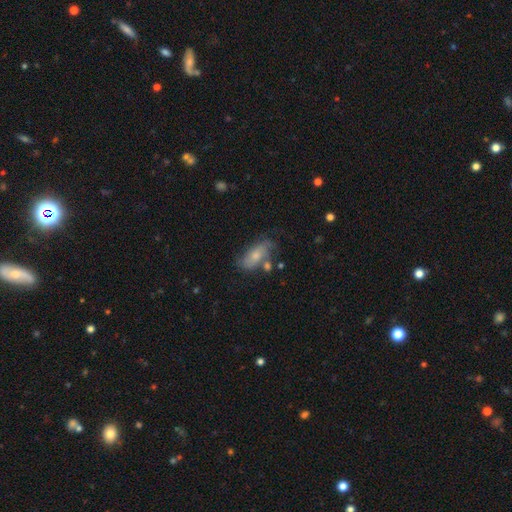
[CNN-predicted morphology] Overall: smooth (62%; featured or disk 30%). How rounded: in between (85%). Merging: none (50%; minor disturbance 26%).